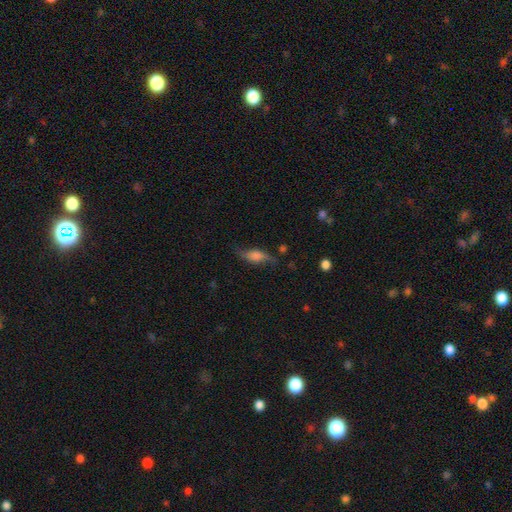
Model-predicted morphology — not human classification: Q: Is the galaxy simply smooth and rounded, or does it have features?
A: featured or disk — 48%.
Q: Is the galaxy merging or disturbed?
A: none — 63%.